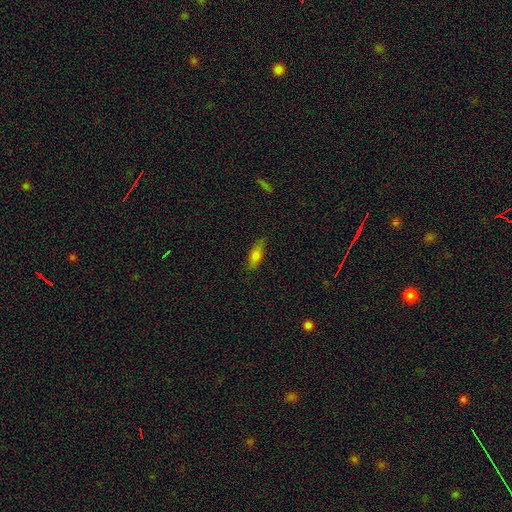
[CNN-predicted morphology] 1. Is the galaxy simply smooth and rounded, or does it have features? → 69% smooth, 23% featured or disk, 8% star or artifact.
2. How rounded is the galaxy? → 60% in between, 37% cigar-shaped, 3% round.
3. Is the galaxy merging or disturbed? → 81% none, 15% minor disturbance, 3% major disturbance, 1% merger.